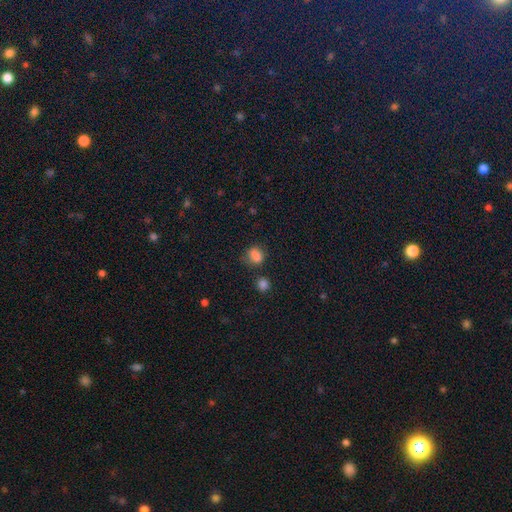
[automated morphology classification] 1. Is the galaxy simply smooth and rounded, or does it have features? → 81% smooth, 14% star or artifact, 5% featured or disk.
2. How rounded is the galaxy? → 50% in between, 49% round, 1% cigar-shaped.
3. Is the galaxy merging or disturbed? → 61% none, 22% minor disturbance, 9% merger, 7% major disturbance.